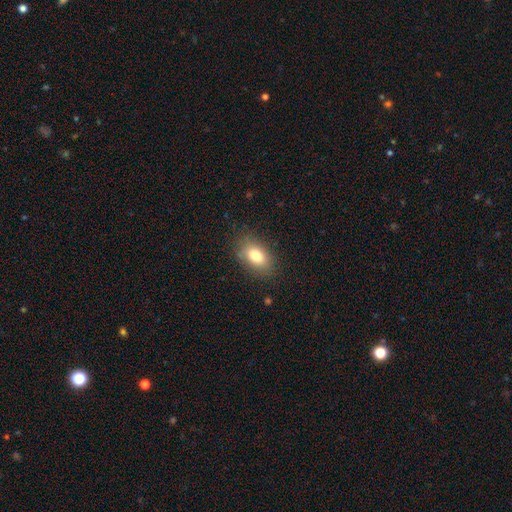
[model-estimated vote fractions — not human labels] Smooth or featured? smooth (81%)
How rounded? in between (87%)
Merging? none (81%)